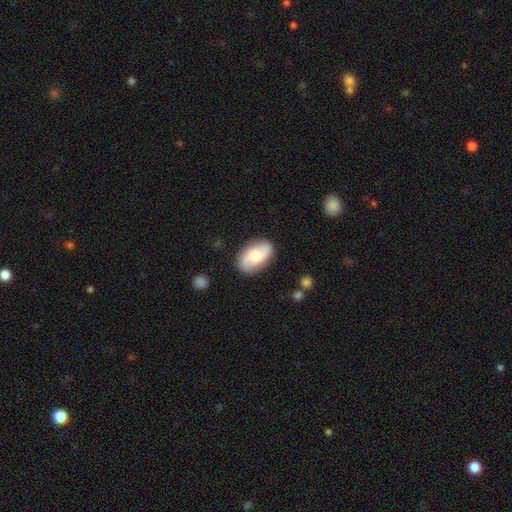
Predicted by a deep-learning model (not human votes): Smooth or featured? featured or disk (59%)
Edge-on disk? no (96%)
Bar? no (60%)
Spiral arms? yes (89%)
Spiral winding? loose (43%)
Spiral arm count? 2 (87%)
Bulge size? moderate (60%)
Merging? none (81%)